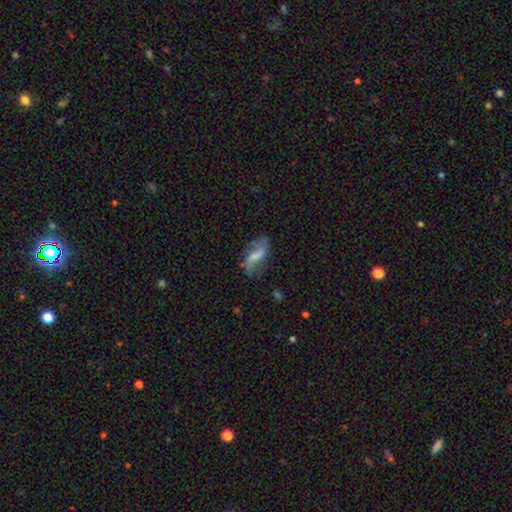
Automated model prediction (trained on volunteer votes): A featured or disk galaxy (62%) with a weak bar (41%), spiral arms (82%) and no central bulge (33%). Merging: none (59%).